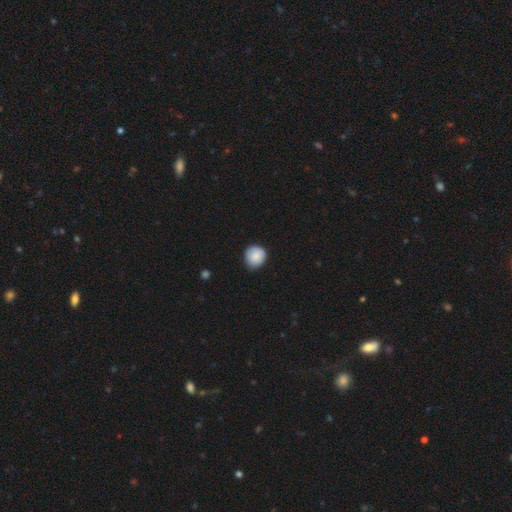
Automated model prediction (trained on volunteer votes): Smooth or featured? smooth (86%)
How rounded? round (89%)
Merging? none (78%)